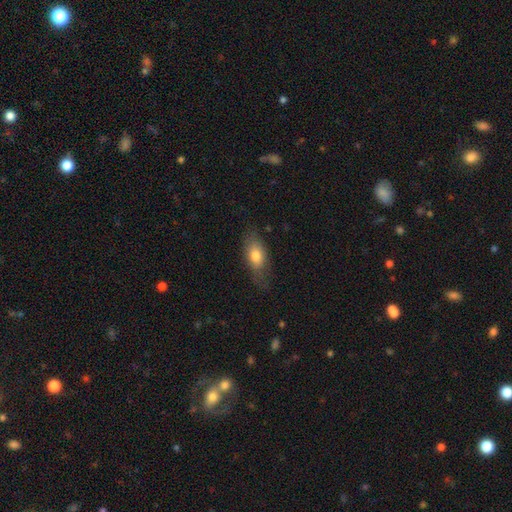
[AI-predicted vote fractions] Smooth or featured? Predicted: smooth (p=0.74). How rounded? Predicted: in between (p=0.85). Merging? Predicted: none (p=0.68).